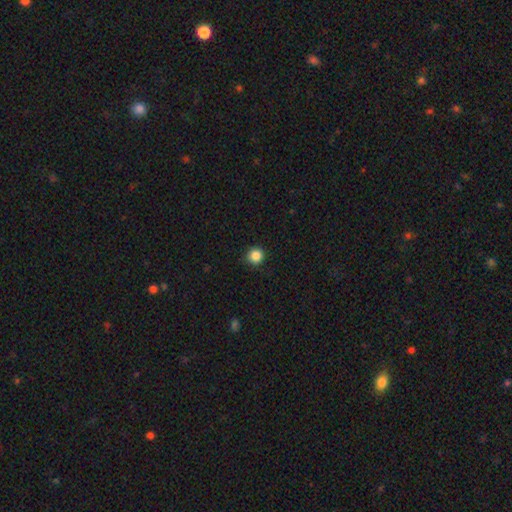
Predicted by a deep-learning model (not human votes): This is clearly a smooth galaxy (86%). How rounded: clearly round (95%). Merging: clearly none (90%).